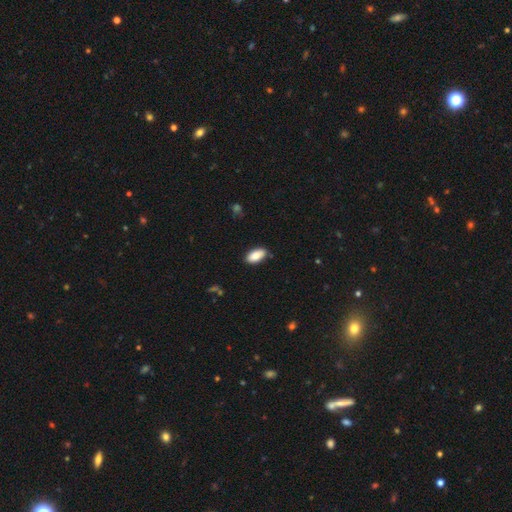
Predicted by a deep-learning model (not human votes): Q: Smooth or featured?
A: smooth (85%); runner-up: featured or disk (8%)
Q: How rounded?
A: in between (92%); runner-up: cigar-shaped (5%)
Q: Merging?
A: none (83%); runner-up: minor disturbance (13%)